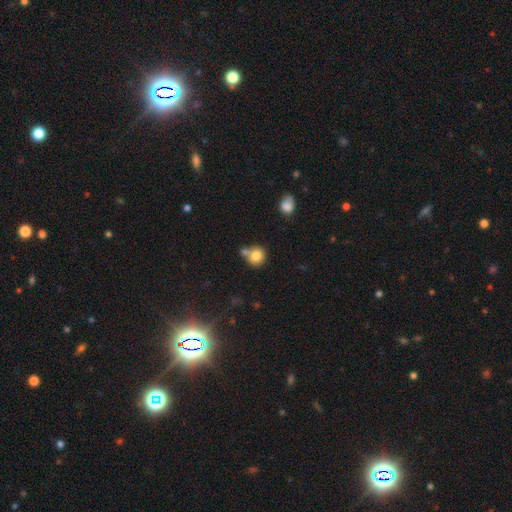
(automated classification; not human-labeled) smooth_or_featured: smooth (p=0.80) [alt: star or artifact p=0.10]
how_rounded: round (p=0.81) [alt: in between p=0.18]
merging: none (p=0.51) [alt: merger p=0.33]